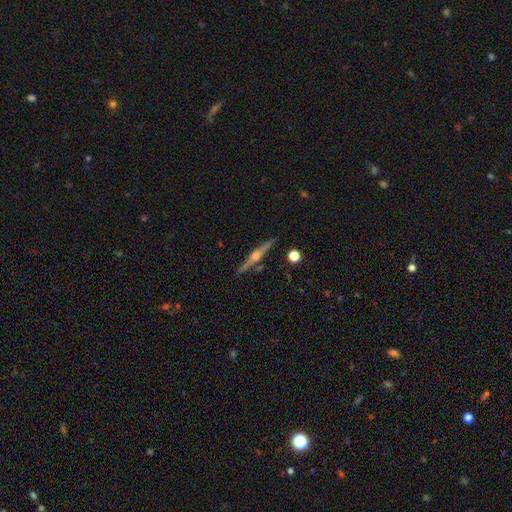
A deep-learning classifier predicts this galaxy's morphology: A featured or disk galaxy (83%) viewed edge-on (98%) with a rounded central bulge (93%). Merging: none (90%).